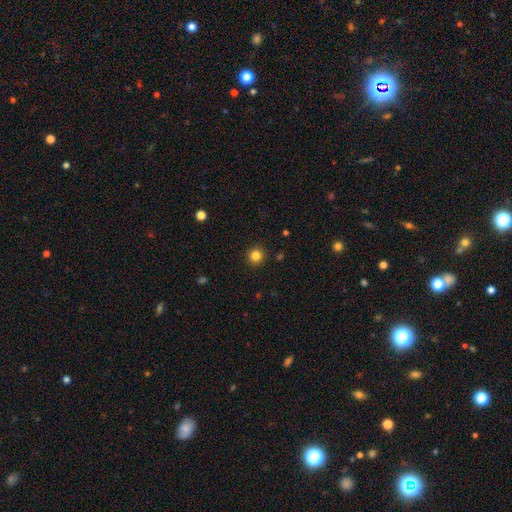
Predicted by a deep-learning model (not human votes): Smooth or featured: smooth — 83% (star or artifact — 12%)
How rounded: round — 95% (in between — 4%)
Merging: none — 93% (minor disturbance — 5%)